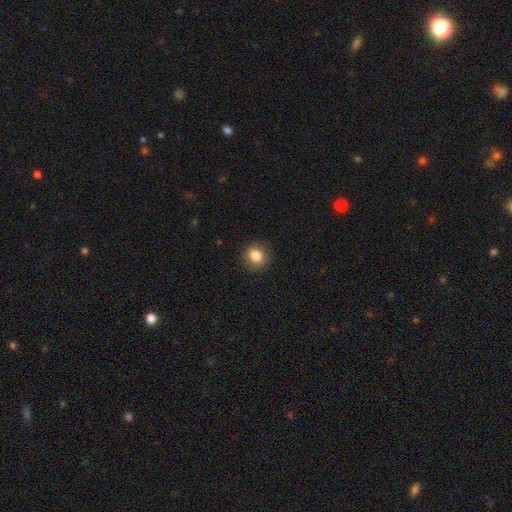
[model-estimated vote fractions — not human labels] Overall: smooth (84%). How rounded: round (71%). Merging: none (88%).